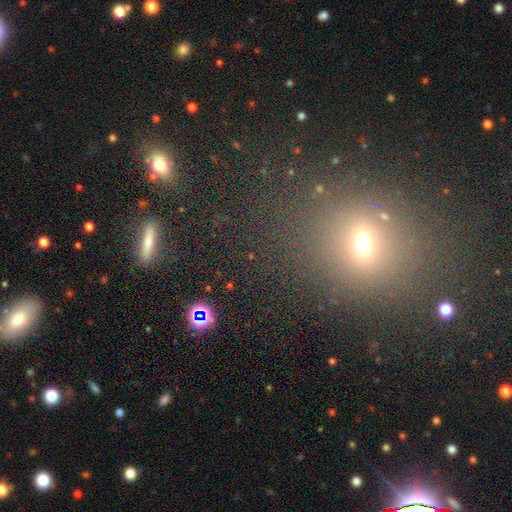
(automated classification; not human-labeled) A smooth galaxy with no disk features (44%). Merging: none (78%).